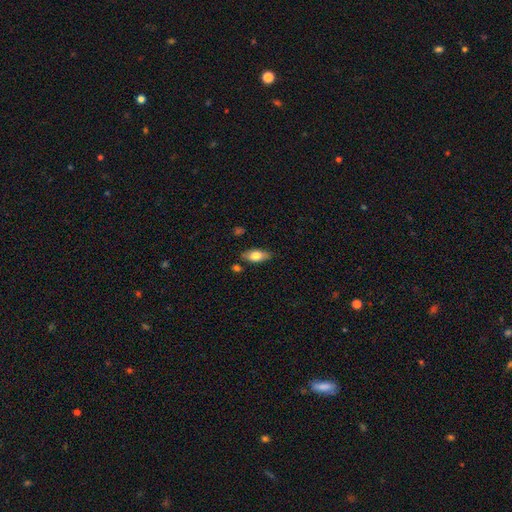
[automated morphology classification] This is likely a smooth galaxy (73%). How rounded: clearly in between (83%). Merging: clearly none (80%).